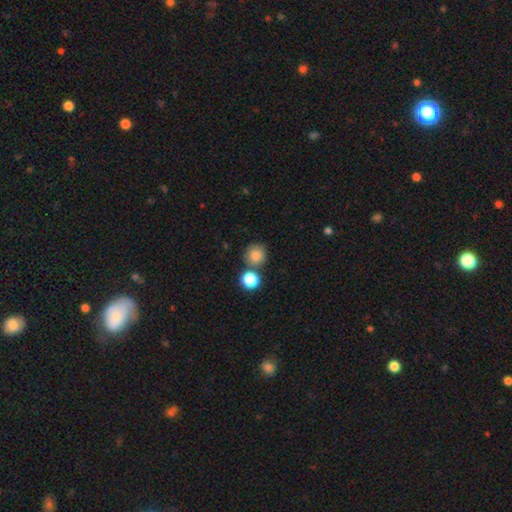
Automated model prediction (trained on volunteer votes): smooth-or-featured: smooth: 82% | star or artifact: 11% | featured or disk: 7%
  how-rounded: round: 90% | in between: 9% | cigar-shaped: 1%
  merging: none: 68% | merger: 19% | minor disturbance: 10% | major disturbance: 3%